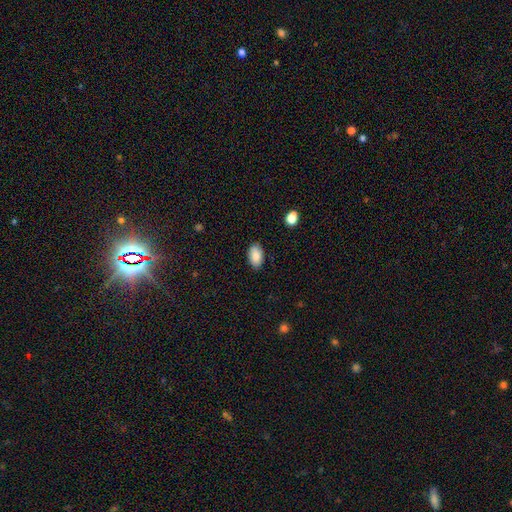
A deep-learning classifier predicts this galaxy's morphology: type=smooth (83%); roundness=in between (92%); merging=none (84%).